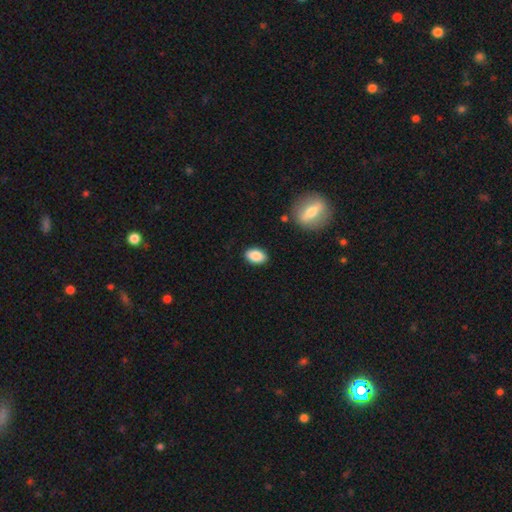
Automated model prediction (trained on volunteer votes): This is clearly a smooth galaxy (88%). How rounded: clearly in between (90%). Merging: clearly none (87%).